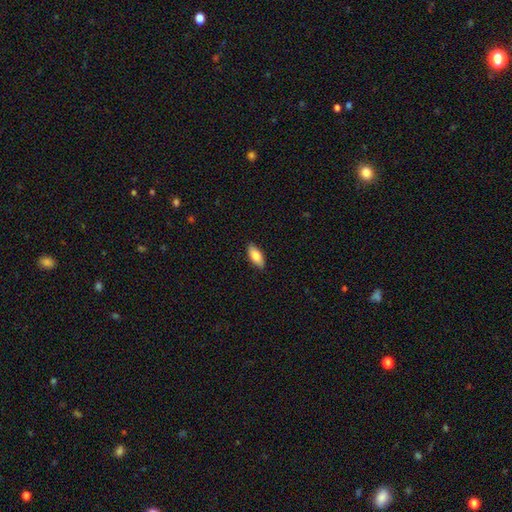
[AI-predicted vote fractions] smooth_or_featured: smooth (p=0.82) [alt: featured or disk p=0.12]
how_rounded: in between (p=0.85) [alt: cigar-shaped p=0.13]
merging: none (p=0.88) [alt: minor disturbance p=0.10]